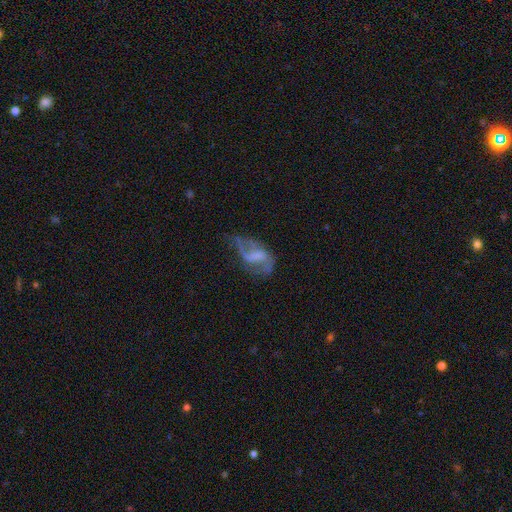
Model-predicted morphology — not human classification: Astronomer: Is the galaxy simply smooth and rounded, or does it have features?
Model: featured or disk — 67%.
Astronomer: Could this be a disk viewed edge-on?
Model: no — 96%.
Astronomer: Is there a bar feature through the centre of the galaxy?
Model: weak — 46% (runner-up: no, 32%).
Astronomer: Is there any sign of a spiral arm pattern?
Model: yes — 73%.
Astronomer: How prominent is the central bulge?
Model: none — 52%.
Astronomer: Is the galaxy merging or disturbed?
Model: none — 37% (runner-up: major disturbance, 34%).